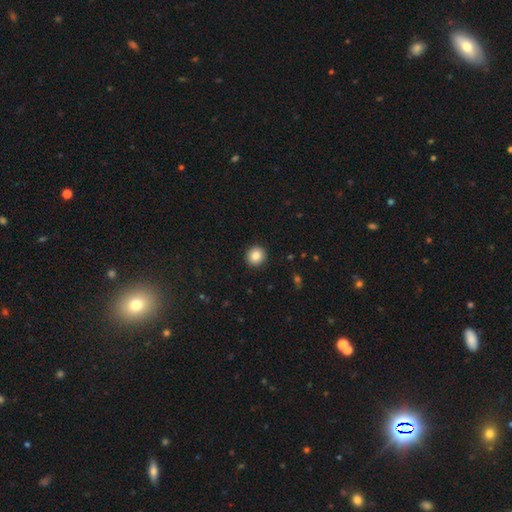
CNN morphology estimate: smooth-or-featured: smooth: 85% | star or artifact: 9% | featured or disk: 6%
  how-rounded: round: 91% | in between: 8% | cigar-shaped: 1%
  merging: none: 92% | minor disturbance: 5% | major disturbance: 2% | merger: 1%